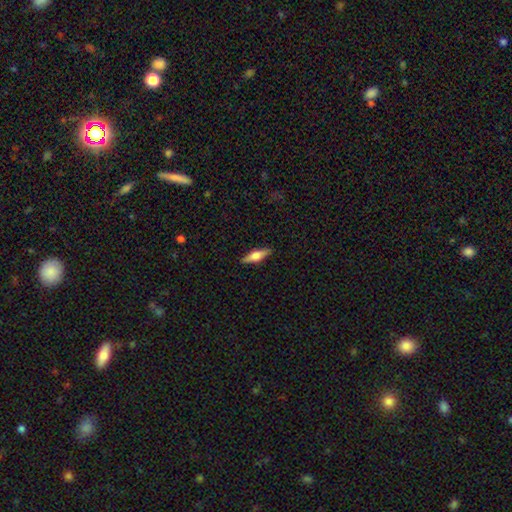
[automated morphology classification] A featured or disk galaxy (49%). Merging: none (90%).